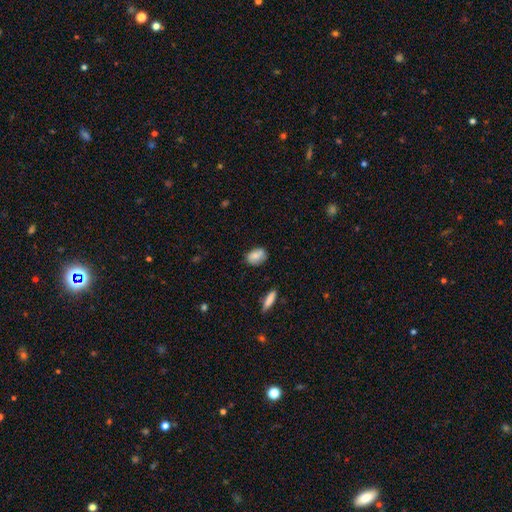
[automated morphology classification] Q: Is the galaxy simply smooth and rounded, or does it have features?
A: smooth — 81%.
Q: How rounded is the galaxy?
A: in between — 82%.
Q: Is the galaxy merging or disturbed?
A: none — 74%.